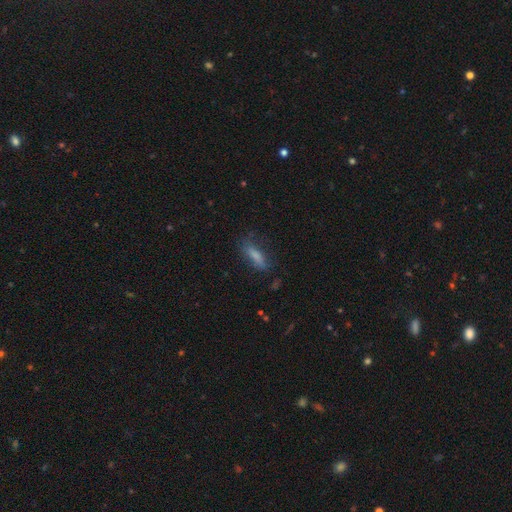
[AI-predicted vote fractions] smooth-or-featured: smooth: 73% | featured or disk: 17% | star or artifact: 10%
  how-rounded: cigar-shaped: 56% | in between: 42% | round: 2%
  merging: none: 63% | minor disturbance: 23% | major disturbance: 11% | merger: 2%